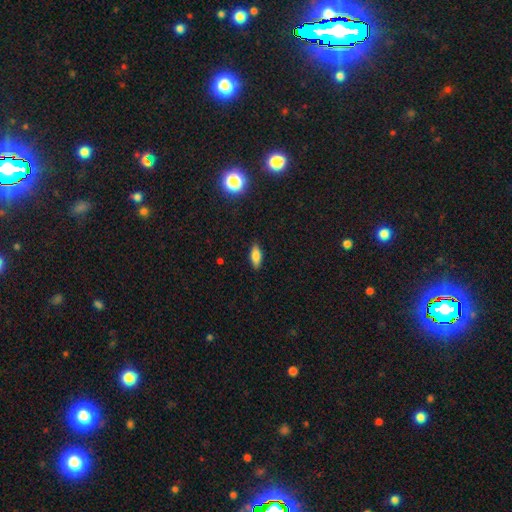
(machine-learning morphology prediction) Overall: smooth (79%). How rounded: in between (75%). Merging: none (87%).